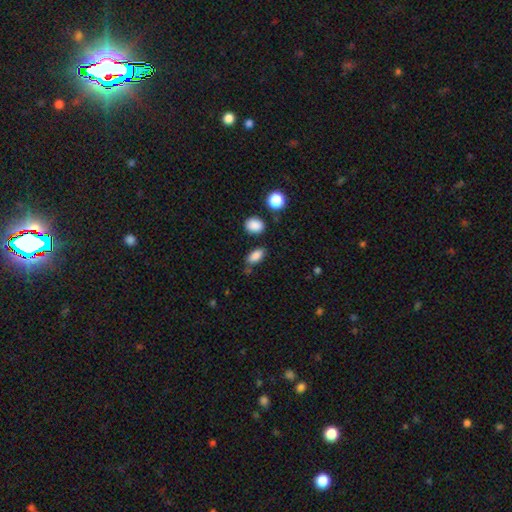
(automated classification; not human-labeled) smooth 85%, star or artifact 9%, featured or disk 6%. Down the decision tree: how rounded — in between (88%); merging — none (73%).